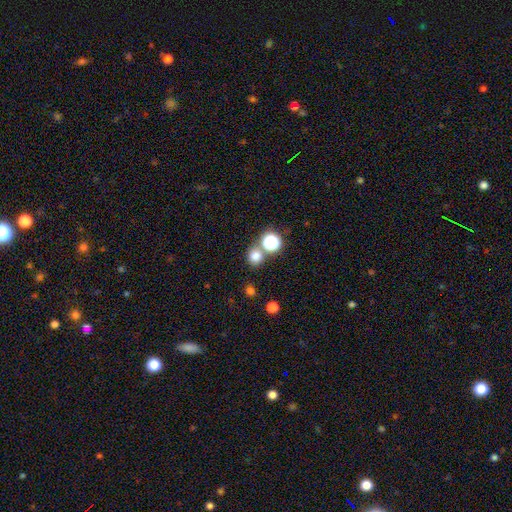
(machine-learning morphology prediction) This appears to be a smooth galaxy with no disk features (75%) that is round (86%). Merging: none (70%).